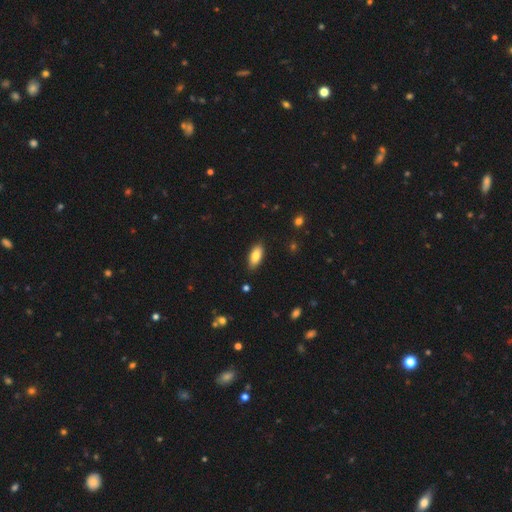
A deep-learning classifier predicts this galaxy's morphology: smooth_or_featured: smooth (p=0.85) [alt: featured or disk p=0.08]
how_rounded: in between (p=0.85) [alt: cigar-shaped p=0.14]
merging: none (p=0.86) [alt: minor disturbance p=0.10]